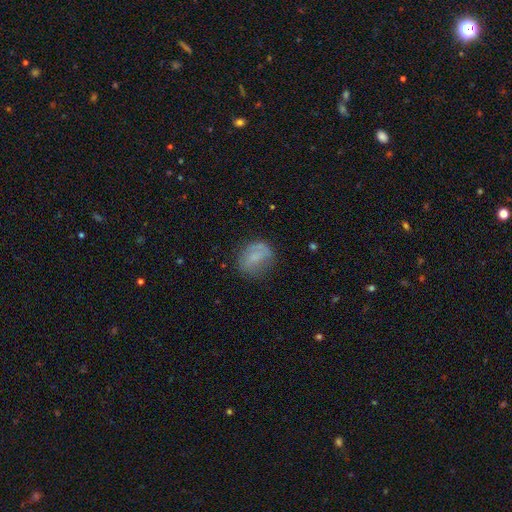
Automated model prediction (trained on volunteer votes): This is possibly a smooth galaxy (60%). How rounded: possibly round (53%). Merging: possibly none (60%).